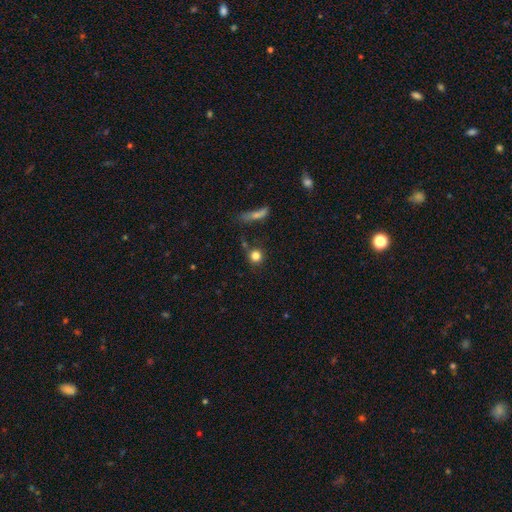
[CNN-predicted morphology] smooth_or_featured: smooth (p=0.82) [alt: star or artifact p=0.11]
how_rounded: round (p=0.88) [alt: in between p=0.09]
merging: none (p=0.74) [alt: minor disturbance p=0.12]